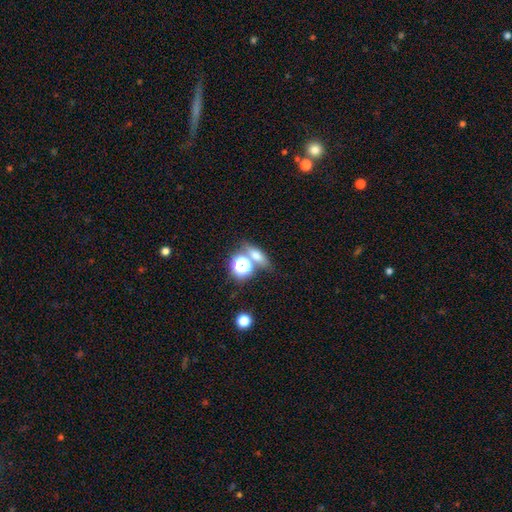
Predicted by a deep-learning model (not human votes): smooth_or_featured: smooth (p=0.63) [alt: star or artifact p=0.22]
how_rounded: in between (p=0.48) [alt: round p=0.30]
merging: none (p=0.63) [alt: merger p=0.21]